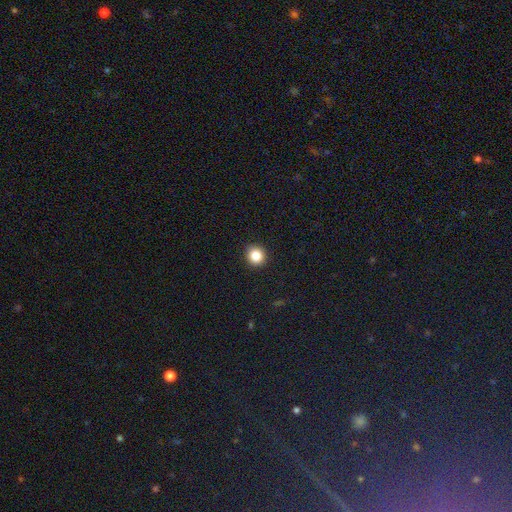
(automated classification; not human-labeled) Smooth or featured: smooth — 85% (star or artifact — 10%)
How rounded: round — 92% (in between — 7%)
Merging: none — 93% (minor disturbance — 5%)